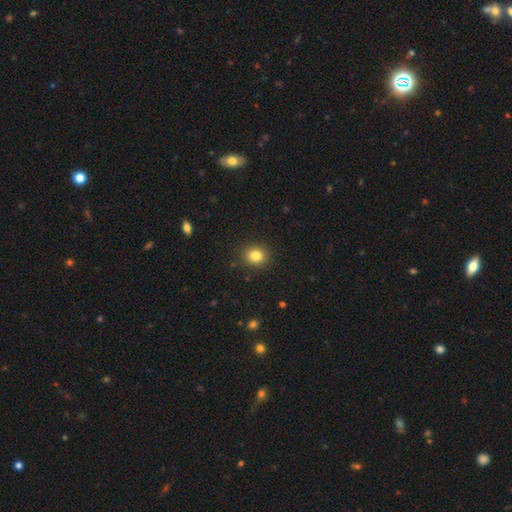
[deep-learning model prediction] smooth-or-featured: smooth: 83% | star or artifact: 11% | featured or disk: 6%
  how-rounded: round: 78% | in between: 21% | cigar-shaped: 1%
  merging: none: 89% | minor disturbance: 7% | major disturbance: 2% | merger: 1%